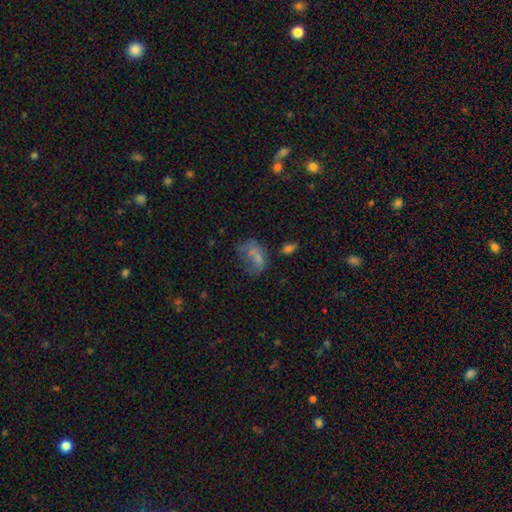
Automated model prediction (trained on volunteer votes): Q: Smooth or featured?
A: smooth (57%); runner-up: featured or disk (28%)
Q: How rounded?
A: in between (80%); runner-up: round (18%)
Q: Merging?
A: major disturbance (37%); runner-up: none (30%)